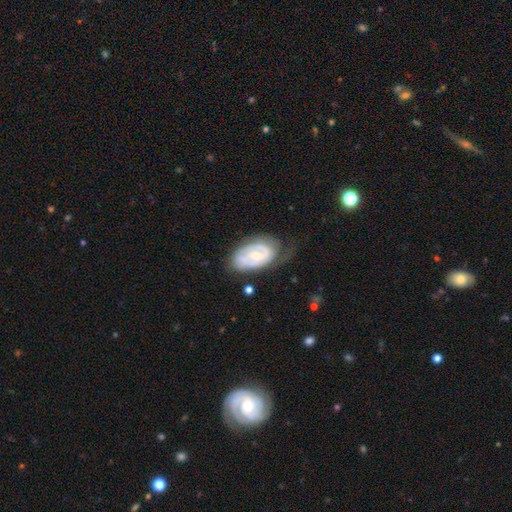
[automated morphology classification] Smooth or featured: featured or disk — 69% (smooth — 25%)
Edge-on disk: no — 96% (yes — 4%)
Bar: no — 49% (weak — 41%)
Spiral arms: yes — 78% (no — 22%)
Spiral winding: tight — 56% (medium — 32%)
Spiral arm count: 2 — 44% (can't tell — 33%)
Bulge size: small — 47% (moderate — 40%)
Merging: none — 48% (minor disturbance — 32%)